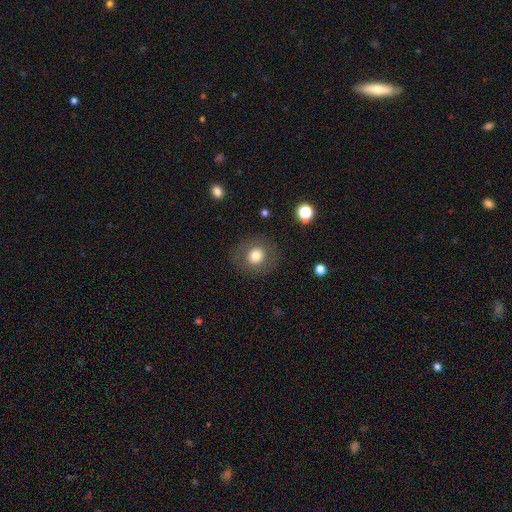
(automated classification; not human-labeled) A smooth galaxy with no disk features (73%) that is round (84%).

Vote fractions:
- Smooth or featured? smooth: 73% / featured or disk: 17% / star or artifact: 10%
- How rounded? round: 84% / in between: 15% / cigar-shaped: 1%
- Merging? none: 85% / minor disturbance: 9% / major disturbance: 5% / merger: 1%